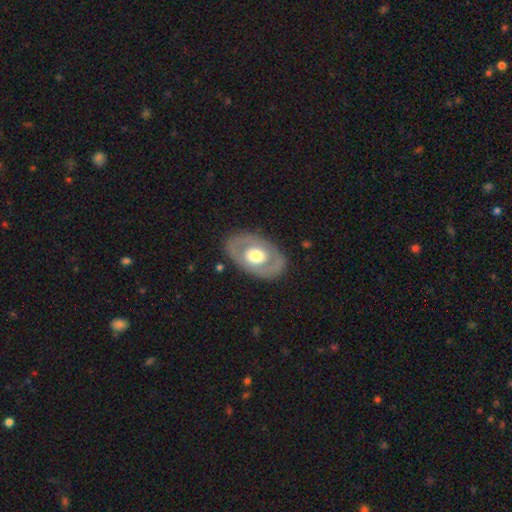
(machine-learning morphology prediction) Q: Smooth or featured?
A: featured or disk (55%); runner-up: smooth (40%)
Q: Edge-on disk?
A: no (90%); runner-up: yes (10%)
Q: Merging?
A: none (84%); runner-up: minor disturbance (11%)